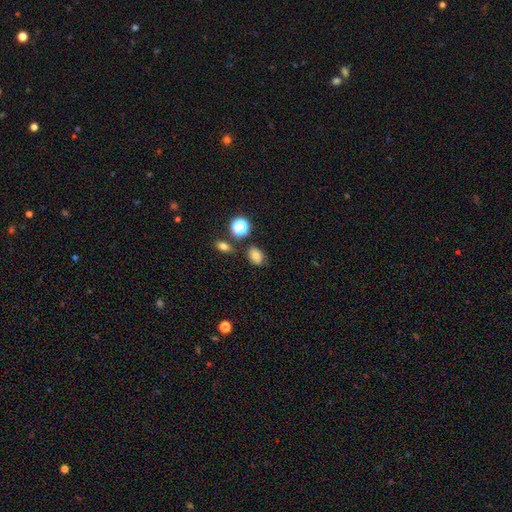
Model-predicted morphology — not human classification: Smooth or featured: smooth — 76% (star or artifact — 15%)
How rounded: in between — 72% (round — 27%)
Merging: none — 71% (minor disturbance — 18%)